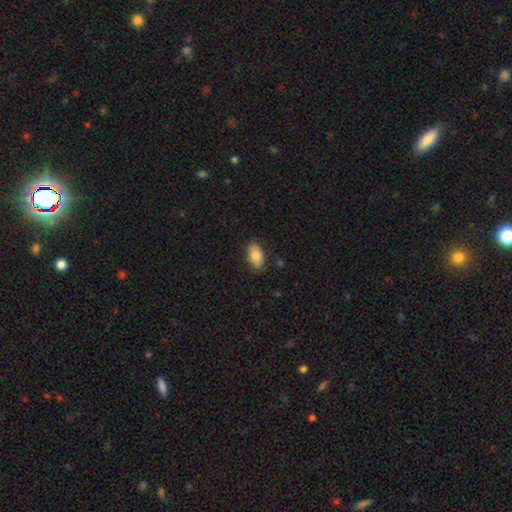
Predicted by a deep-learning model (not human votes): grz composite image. It shows a smooth galaxy with no disk features (80%) that is in between round and cigar-shaped (92%). Merging: none (84%).